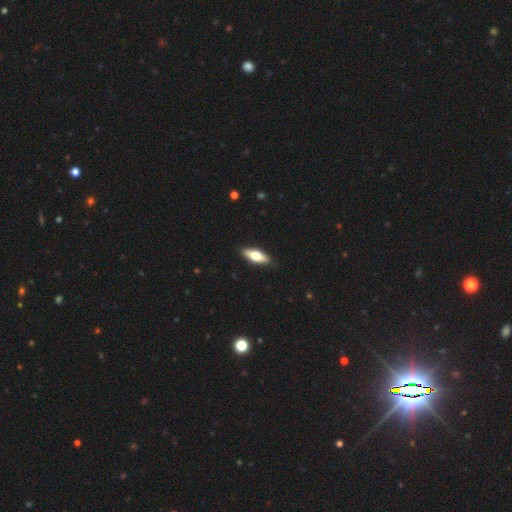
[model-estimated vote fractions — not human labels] Smooth or featured?
  - smooth: 57% *
  - featured or disk: 37%
  - star or artifact: 6%
How rounded?
  - in between: 64% *
  - cigar-shaped: 34%
  - round: 3%
Merging?
  - none: 89% *
  - minor disturbance: 8%
  - major disturbance: 2%
  - merger: 1%